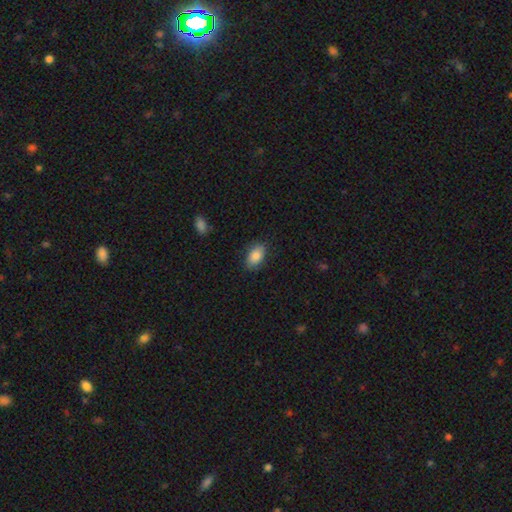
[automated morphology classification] The model was most divided on "merging": none: 85%, minor disturbance: 11%, major disturbance: 3%, merger: 1%. More confident: how rounded — in between (91%); smooth or featured — smooth (86%).